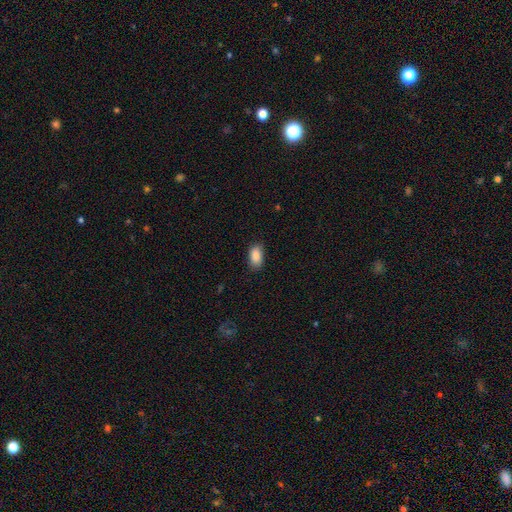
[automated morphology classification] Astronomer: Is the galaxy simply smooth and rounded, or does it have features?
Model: smooth — 89%.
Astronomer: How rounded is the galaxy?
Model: in between — 92%.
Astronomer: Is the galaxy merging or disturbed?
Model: none — 81%.